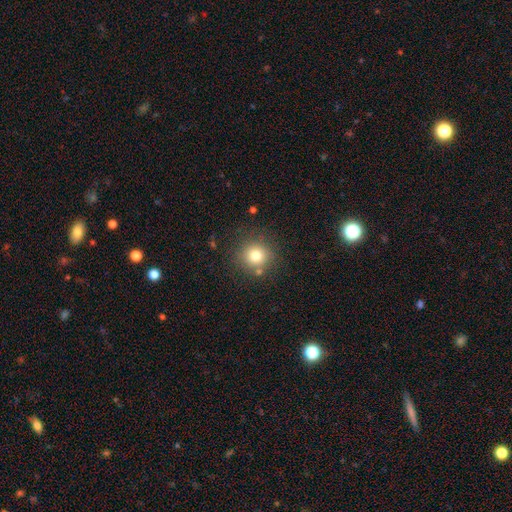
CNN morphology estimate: smooth-or-featured: smooth: 77% | star or artifact: 13% | featured or disk: 9%
  how-rounded: round: 92% | in between: 7% | cigar-shaped: 1%
  merging: none: 81% | minor disturbance: 10% | merger: 6% | major disturbance: 4%